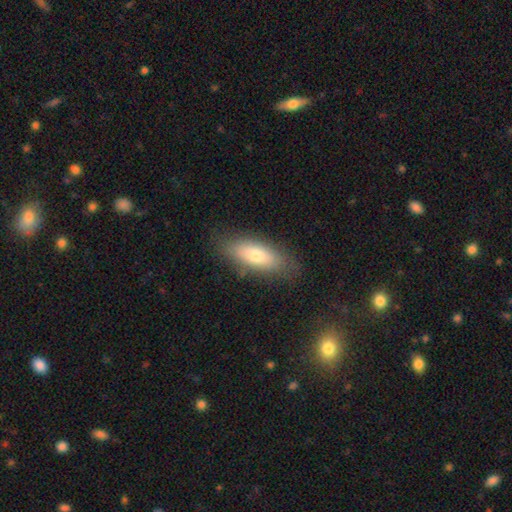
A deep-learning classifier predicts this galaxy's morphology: Q: Smooth or featured?
A: smooth (65%); runner-up: featured or disk (27%)
Q: How rounded?
A: in between (66%); runner-up: cigar-shaped (32%)
Q: Merging?
A: none (83%); runner-up: minor disturbance (12%)